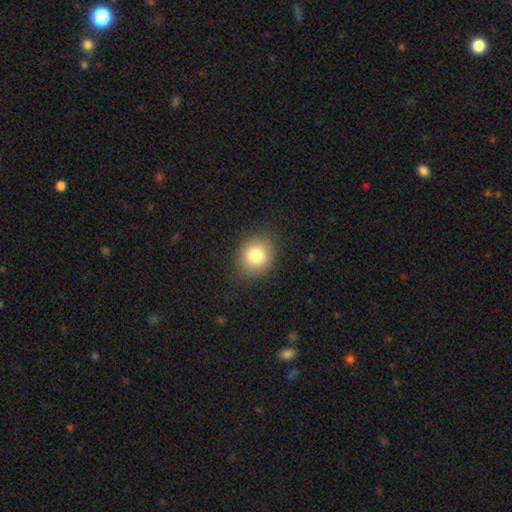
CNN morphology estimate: Smooth or featured? smooth (81%)
How rounded? round (72%)
Merging? none (85%)